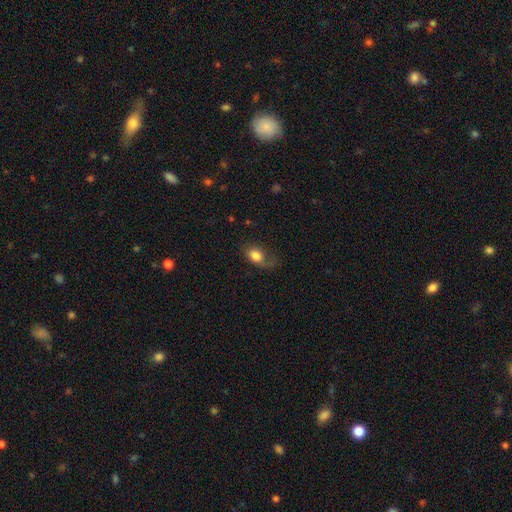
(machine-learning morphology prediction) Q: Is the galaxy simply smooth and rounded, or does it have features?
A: smooth — 77%.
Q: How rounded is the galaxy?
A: in between — 76%.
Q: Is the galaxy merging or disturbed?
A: none — 45%.